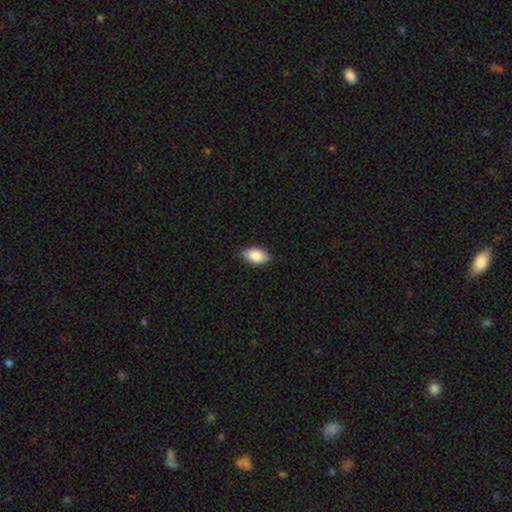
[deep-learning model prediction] Smooth or featured? smooth (87%)
How rounded? in between (93%)
Merging? none (85%)